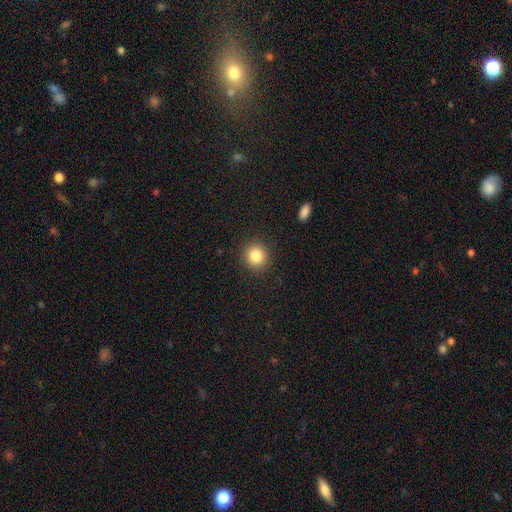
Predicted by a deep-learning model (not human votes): smooth 84%, star or artifact 10%, featured or disk 5%. Down the decision tree: how rounded — round (90%); merging — none (91%).